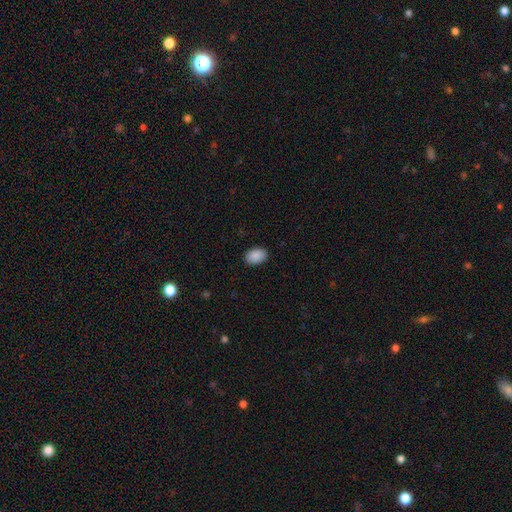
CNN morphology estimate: Overall: smooth (90%). How rounded: in between (85%). Merging: none (89%).